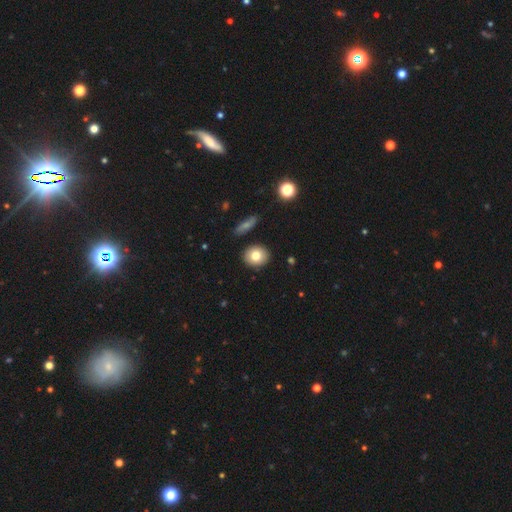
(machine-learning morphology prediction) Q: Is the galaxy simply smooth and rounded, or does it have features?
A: smooth — 79%.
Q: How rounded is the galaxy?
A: round — 64%.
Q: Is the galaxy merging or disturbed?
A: none — 88%.